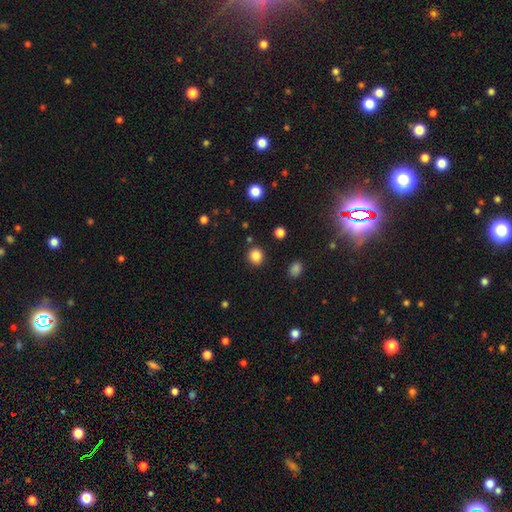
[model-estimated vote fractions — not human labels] A smooth galaxy with no disk features (84%) that is round (87%).

Vote fractions:
- Smooth or featured? smooth: 84% / star or artifact: 12% / featured or disk: 4%
- How rounded? round: 87% / in between: 12% / cigar-shaped: 1%
- Merging? none: 88% / minor disturbance: 7% / merger: 3% / major disturbance: 2%